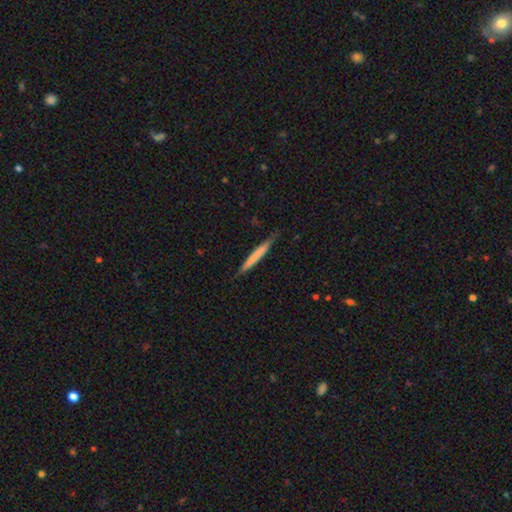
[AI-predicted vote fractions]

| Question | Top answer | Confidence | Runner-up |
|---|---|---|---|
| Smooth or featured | smooth | 63% | featured or disk (32%) |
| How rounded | cigar-shaped | 97% | in between (2%) |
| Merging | none | 85% | minor disturbance (12%) |